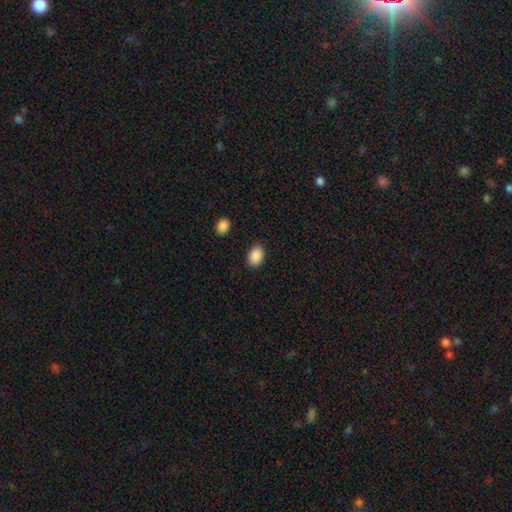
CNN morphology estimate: A smooth galaxy with no disk features (89%) that is in between round and cigar-shaped (80%). Merging: none (87%).